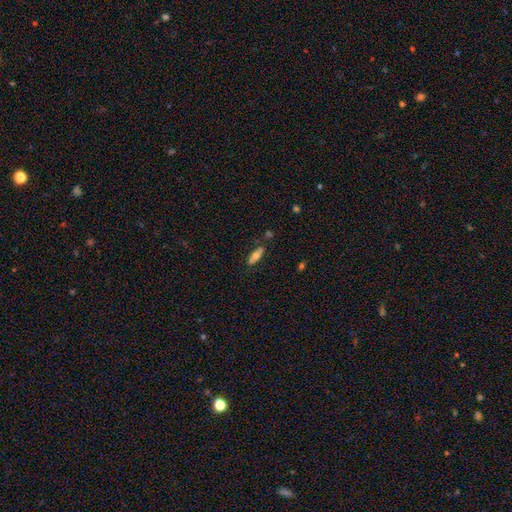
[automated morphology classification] Smooth or featured?
  - smooth: 64% *
  - featured or disk: 29%
  - star or artifact: 7%
How rounded?
  - in between: 61% *
  - cigar-shaped: 36%
  - round: 3%
Merging?
  - none: 75% *
  - minor disturbance: 17%
  - merger: 5%
  - major disturbance: 4%